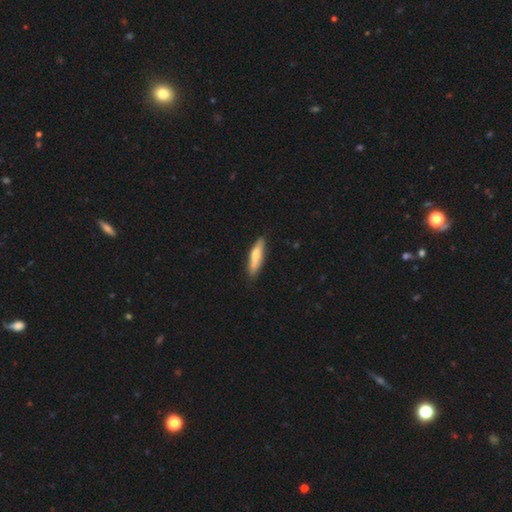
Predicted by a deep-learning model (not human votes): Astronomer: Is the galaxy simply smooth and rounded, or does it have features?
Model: smooth — 74%.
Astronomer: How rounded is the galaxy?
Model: cigar-shaped — 75%.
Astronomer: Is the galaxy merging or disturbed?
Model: none — 81%.